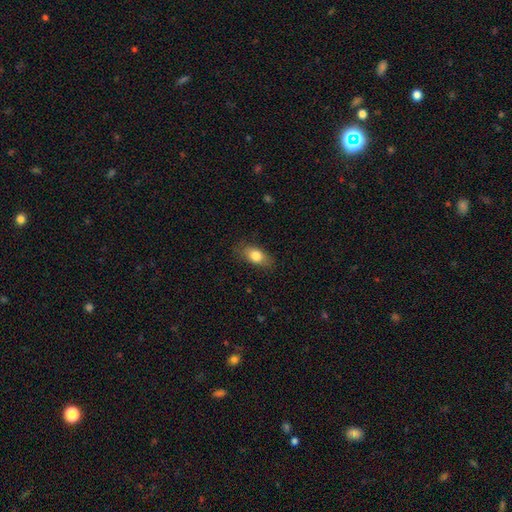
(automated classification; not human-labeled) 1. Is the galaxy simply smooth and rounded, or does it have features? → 81% smooth, 12% featured or disk, 7% star or artifact.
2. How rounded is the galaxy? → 84% in between, 9% round, 7% cigar-shaped.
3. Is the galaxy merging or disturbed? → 79% none, 15% minor disturbance, 4% major disturbance, 1% merger.